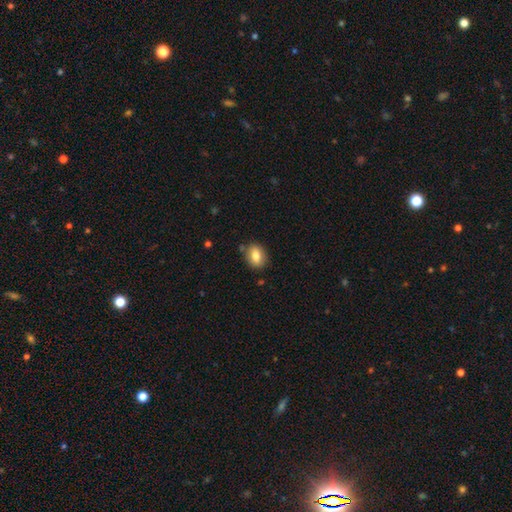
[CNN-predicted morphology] A smooth galaxy with no disk features (81%) that is in between round and cigar-shaped (70%). Merging: none (82%).